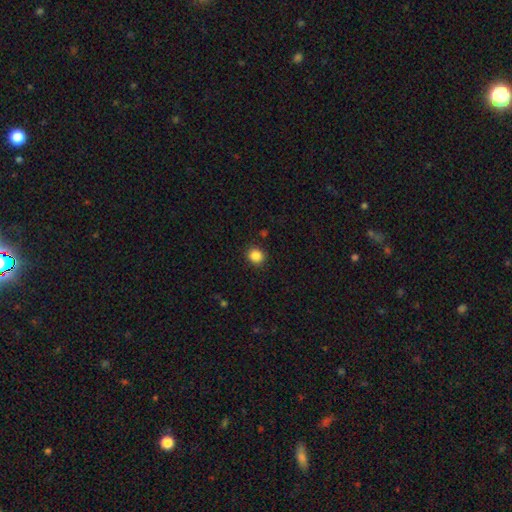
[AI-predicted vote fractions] Smooth or featured? smooth (85%)
How rounded? round (83%)
Merging? none (89%)